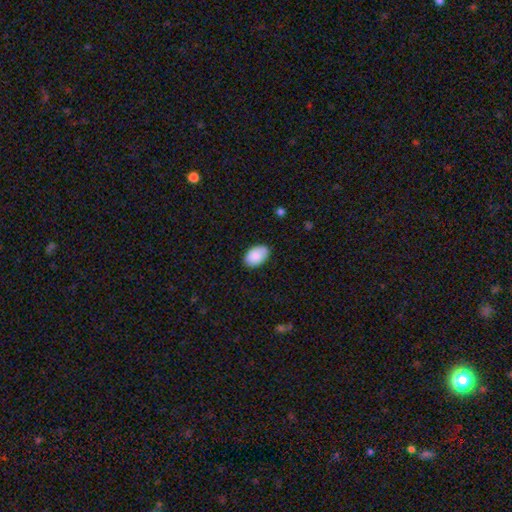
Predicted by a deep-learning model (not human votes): This appears to be a smooth galaxy with no disk features (88%) that is in between round and cigar-shaped (92%). Merging: none (82%).